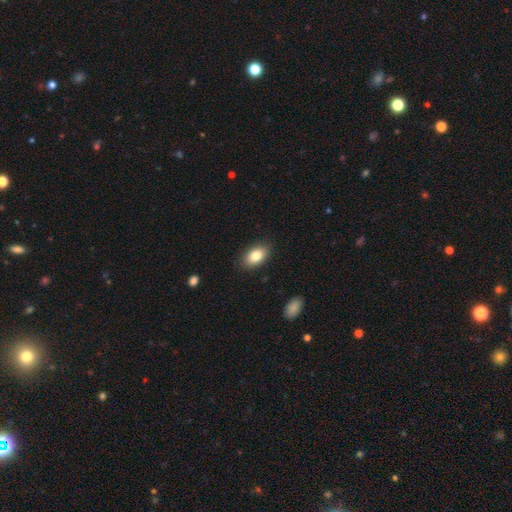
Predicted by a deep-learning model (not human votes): Smooth or featured? Predicted: smooth (p=0.82). How rounded? Predicted: in between (p=0.91). Merging? Predicted: none (p=0.88).